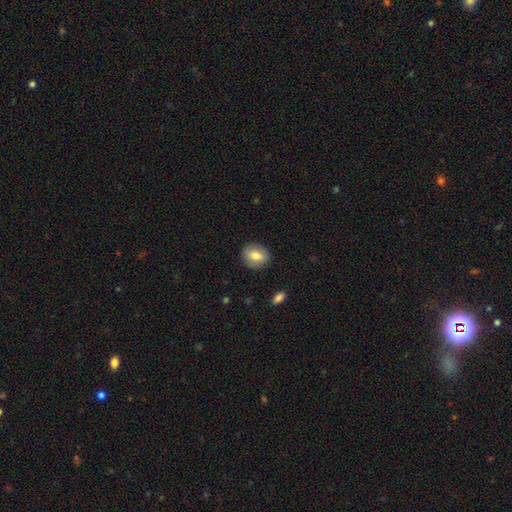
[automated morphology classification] This is likely a smooth galaxy (77%). How rounded: possibly round (58%). Merging: clearly none (86%).